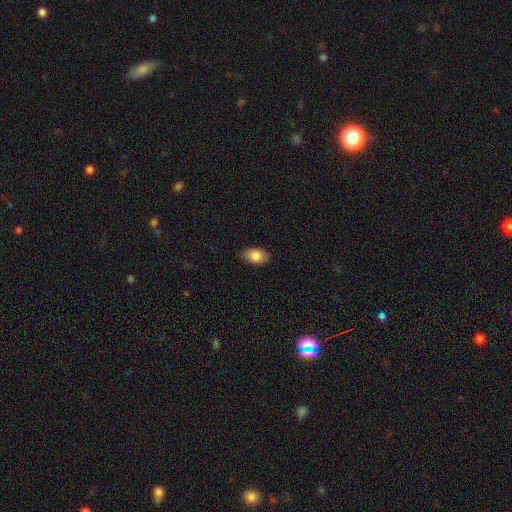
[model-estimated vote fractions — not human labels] A smooth galaxy with no disk features (86%) that is in between round and cigar-shaped (89%).

Vote fractions:
- Smooth or featured? smooth: 86% / featured or disk: 7% / star or artifact: 7%
- How rounded? in between: 89% / round: 10% / cigar-shaped: 2%
- Merging? none: 82% / minor disturbance: 14% / major disturbance: 3% / merger: 1%